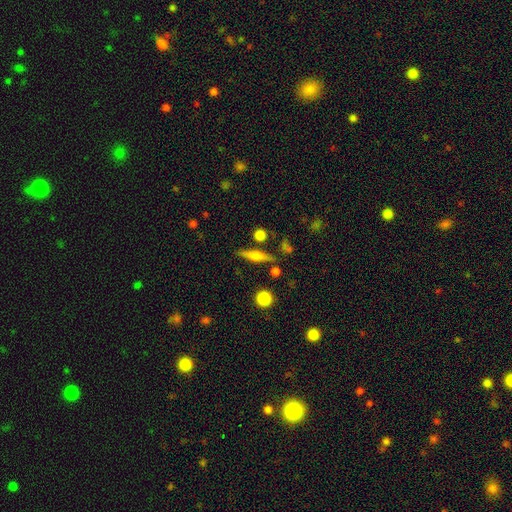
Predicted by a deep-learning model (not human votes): Smooth or featured? Predicted: featured or disk (p=0.50). Merging? Predicted: none (p=0.82).